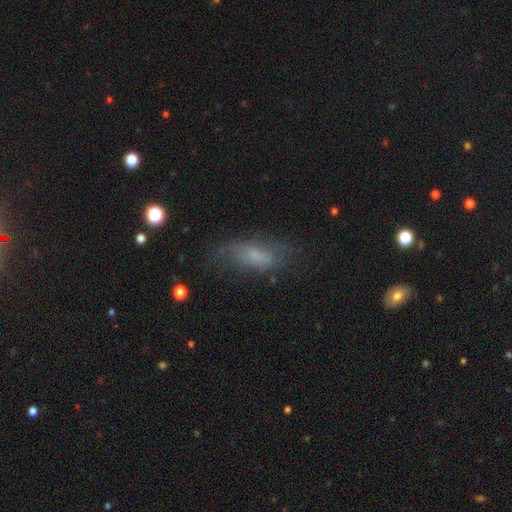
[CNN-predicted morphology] Smooth or featured? smooth (58%)
How rounded? in between (74%)
Merging? none (52%)